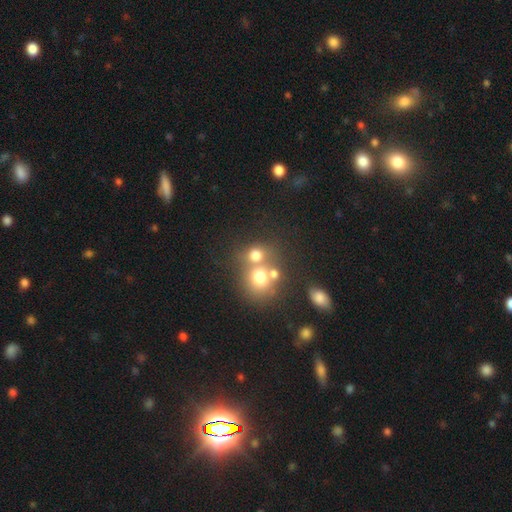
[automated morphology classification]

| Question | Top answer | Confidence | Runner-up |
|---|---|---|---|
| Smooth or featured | smooth | 69% | star or artifact (16%) |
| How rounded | round | 76% | in between (23%) |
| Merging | merger | 47% | none (40%) |